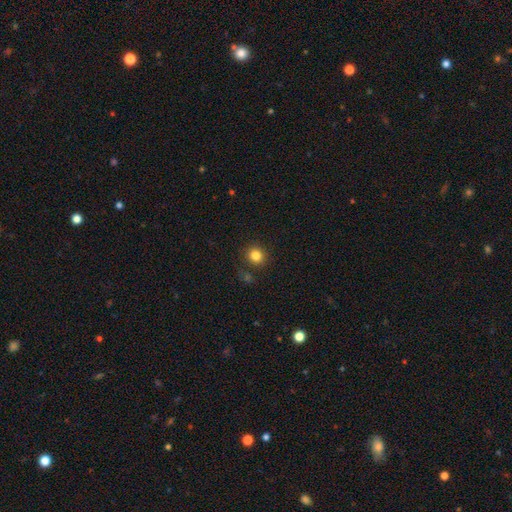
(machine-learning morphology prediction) The model was most divided on "smooth or featured": smooth: 83%, star or artifact: 12%, featured or disk: 5%. More confident: how rounded — round (89%); merging — none (87%).